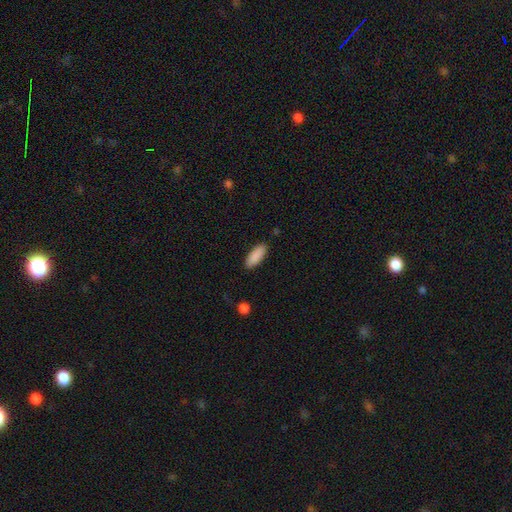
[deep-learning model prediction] Overall: smooth (90%). How rounded: in between (71%). Merging: none (88%).